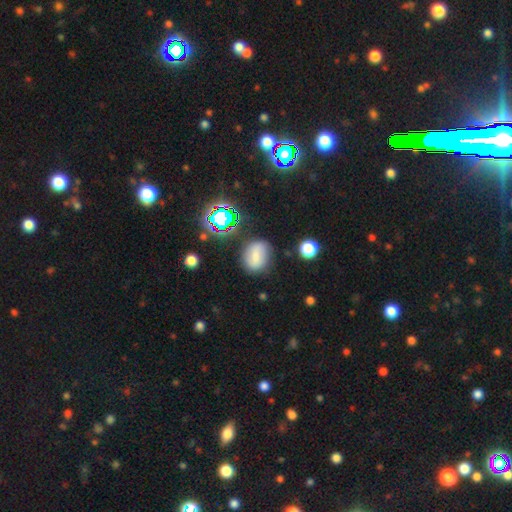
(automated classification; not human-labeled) smooth 64%, featured or disk 20%, star or artifact 16%. Down the decision tree: how rounded — in between (52%); merging — none (73%).